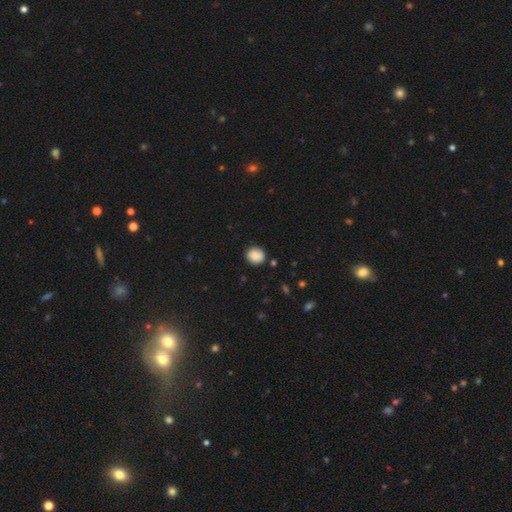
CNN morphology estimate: Smooth or featured?
  - smooth: 87% *
  - star or artifact: 9%
  - featured or disk: 4%
How rounded?
  - round: 82% *
  - in between: 18%
  - cigar-shaped: 1%
Merging?
  - none: 84% *
  - minor disturbance: 11%
  - major disturbance: 3%
  - merger: 2%